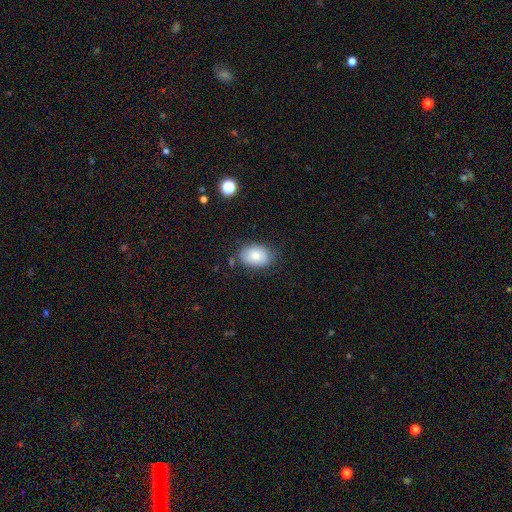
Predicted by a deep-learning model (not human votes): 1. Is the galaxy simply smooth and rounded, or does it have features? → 81% smooth, 12% featured or disk, 8% star or artifact.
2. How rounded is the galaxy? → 80% in between, 19% round, 1% cigar-shaped.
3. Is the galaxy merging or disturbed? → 74% none, 19% minor disturbance, 4% major disturbance, 2% merger.